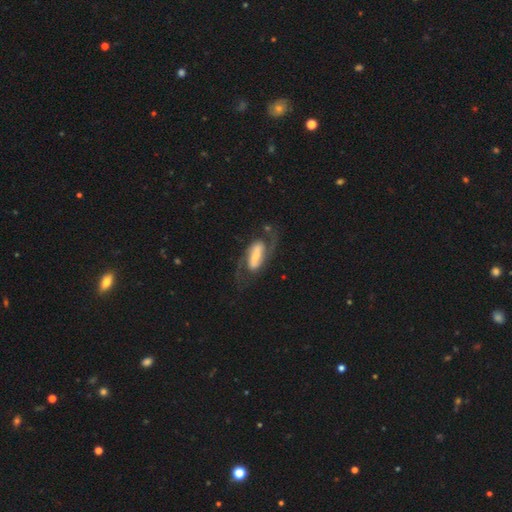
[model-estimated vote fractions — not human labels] This appears to be a featured or disk galaxy (81%) with a strong bar (52%), 2 (92%) medium (48%) spiral arms (94%) and a small central bulge (43%). Merging: none (67%).